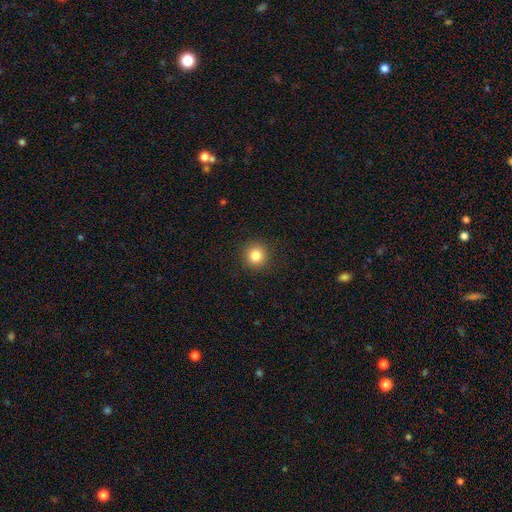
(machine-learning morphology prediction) This is clearly a smooth galaxy (83%). How rounded: clearly round (94%). Merging: clearly none (92%).